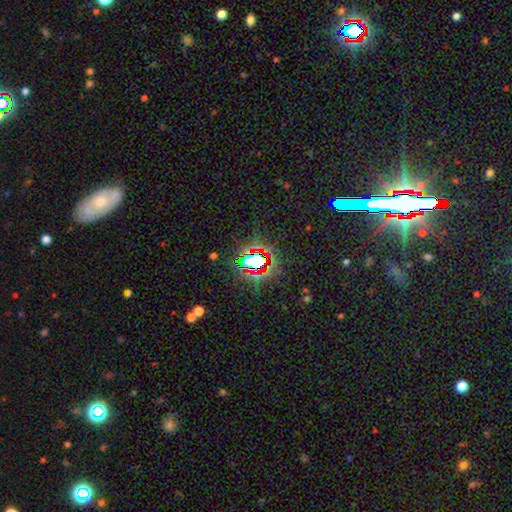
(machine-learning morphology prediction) A star or artifact, not a galaxy (77%).

Vote fractions:
- Smooth or featured? star or artifact: 77% / smooth: 14% / featured or disk: 9%